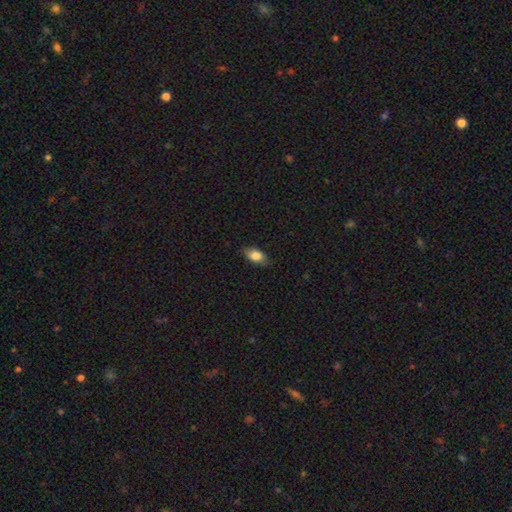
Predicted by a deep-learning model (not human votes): smooth 80%, featured or disk 13%, star or artifact 7%. Down the decision tree: how rounded — in between (86%); merging — none (82%).